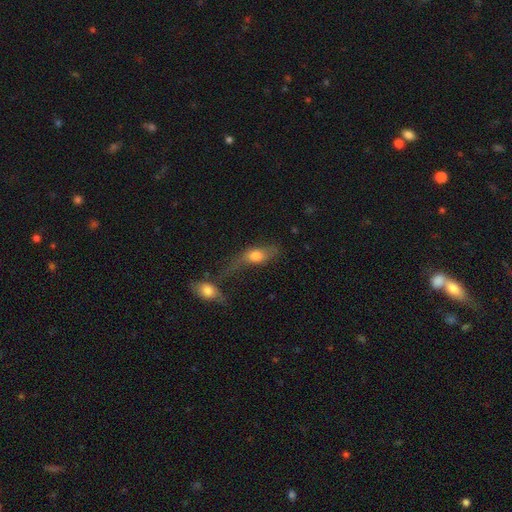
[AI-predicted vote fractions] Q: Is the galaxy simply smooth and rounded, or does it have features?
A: smooth — 66%.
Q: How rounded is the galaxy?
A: in between — 73%.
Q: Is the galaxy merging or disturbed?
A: merger — 33%.